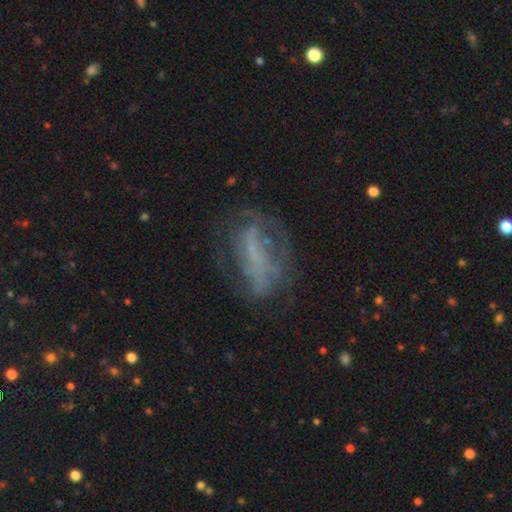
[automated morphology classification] Smooth or featured? Predicted: featured or disk (p=0.54). Edge-on disk? Predicted: no (p=0.87). Merging? Predicted: none (p=0.54).